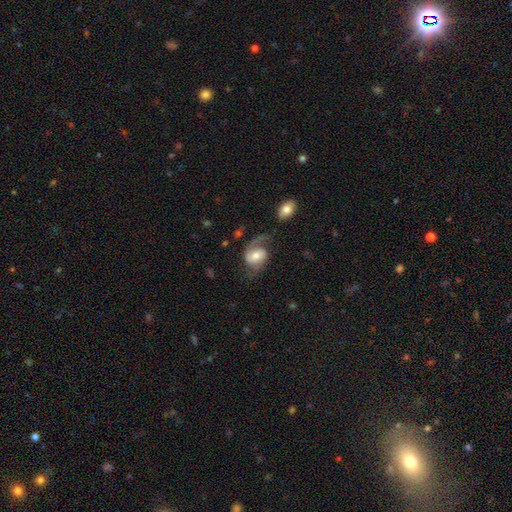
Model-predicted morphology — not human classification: Overall: featured or disk (75%). Edge-on disk: no (97%). Bar: no (47%; weak 39%). Spiral arms: yes (94%). Spiral arm count: 2 (69%). Spiral winding: loose (46%; medium 42%). Bulge size: moderate (60%; small 25%). Merging: none (53%; major disturbance 23%).